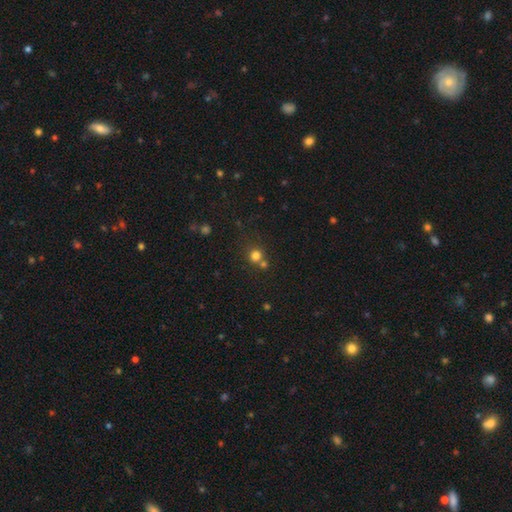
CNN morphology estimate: A smooth galaxy with no disk features (77%) that is round (90%).

Vote fractions:
- Smooth or featured? smooth: 77% / star or artifact: 16% / featured or disk: 7%
- How rounded? round: 90% / in between: 9% / cigar-shaped: 1%
- Merging? none: 59% / merger: 30% / minor disturbance: 8% / major disturbance: 3%